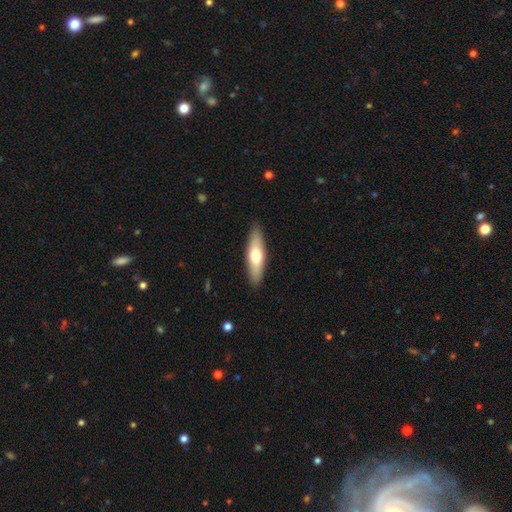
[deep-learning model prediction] smooth_or_featured: smooth (p=0.61) [alt: featured or disk p=0.34]
how_rounded: cigar-shaped (p=0.61) [alt: in between p=0.37]
merging: none (p=0.89) [alt: minor disturbance p=0.08]